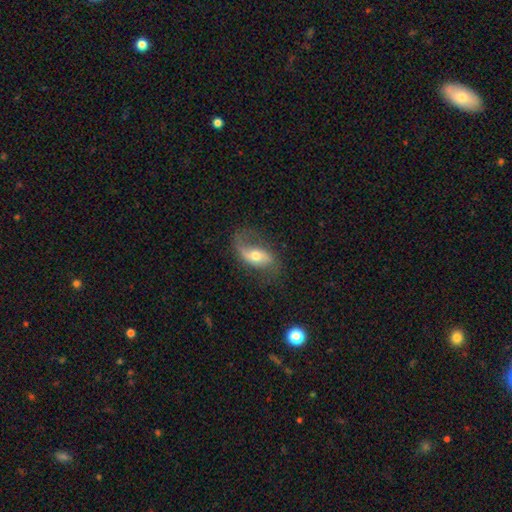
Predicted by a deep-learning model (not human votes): Smooth or featured? featured or disk (75%)
Edge-on disk? no (94%)
Bar? no (41%)
Spiral arms? yes (91%)
Spiral winding? loose (70%)
Spiral arm count? 2 (80%)
Bulge size? moderate (64%)
Merging? none (63%)